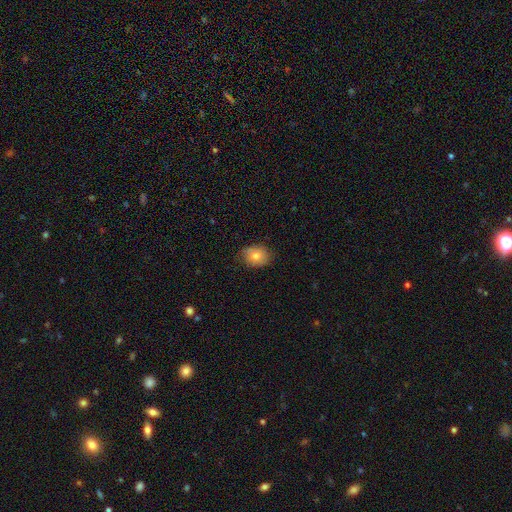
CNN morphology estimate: The model was most divided on "how rounded": in between: 52%, round: 47%, cigar-shaped: 1%. More confident: merging — none (81%); smooth or featured — smooth (80%).